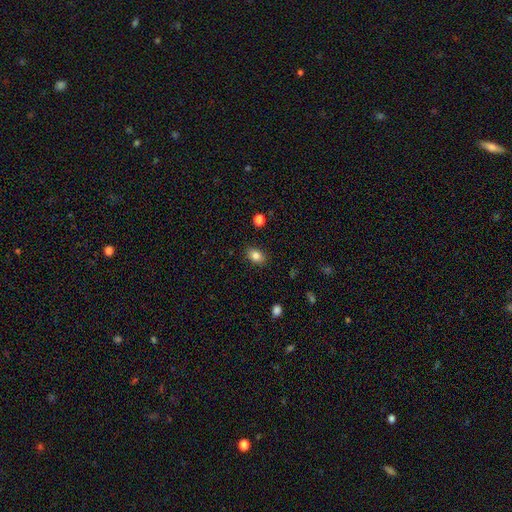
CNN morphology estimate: This appears to be a smooth galaxy with no disk features (83%) that is in between round and cigar-shaped (78%). Merging: none (87%).